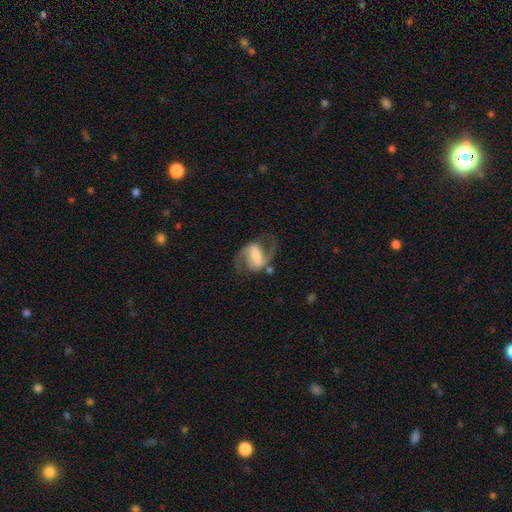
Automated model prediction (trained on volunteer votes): featured or disk 88%, smooth 7%, star or artifact 5%. Down the decision tree: edge-on disk — no (98%); bar — strong (54%); spiral arms — yes (96%); spiral arm count — 2 (93%); spiral winding — medium (56%); bulge size — moderate (33%, tied with small); merging — none (72%).